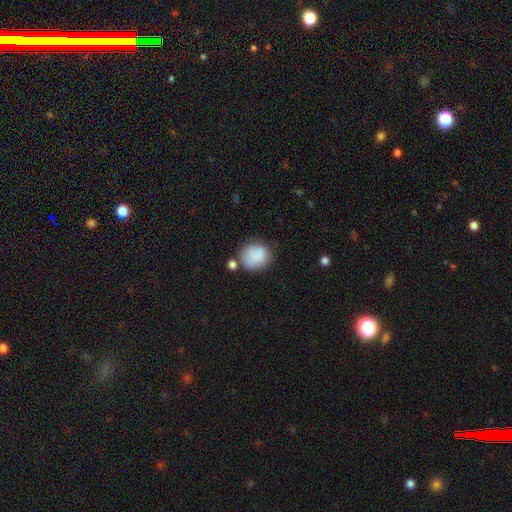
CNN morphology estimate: Q: Smooth or featured?
A: smooth (85%); runner-up: star or artifact (8%)
Q: How rounded?
A: round (74%); runner-up: in between (25%)
Q: Merging?
A: none (59%); runner-up: minor disturbance (21%)